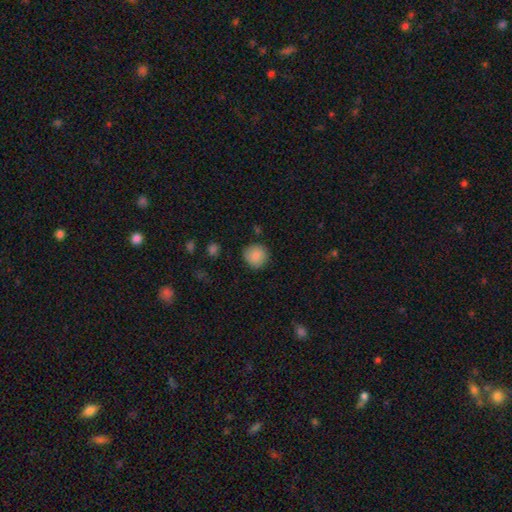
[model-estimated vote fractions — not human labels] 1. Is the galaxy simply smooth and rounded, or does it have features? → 87% smooth, 8% star or artifact, 5% featured or disk.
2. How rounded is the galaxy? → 92% round, 7% in between, 1% cigar-shaped.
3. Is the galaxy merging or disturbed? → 86% none, 10% minor disturbance, 3% major disturbance, 2% merger.